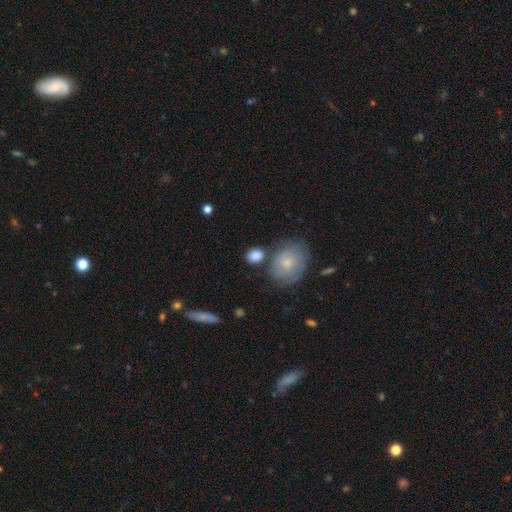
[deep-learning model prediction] The model was most divided on "how rounded": round: 62%, in between: 37%, cigar-shaped: 1%. More confident: smooth or featured — smooth (83%); merging — none (68%).